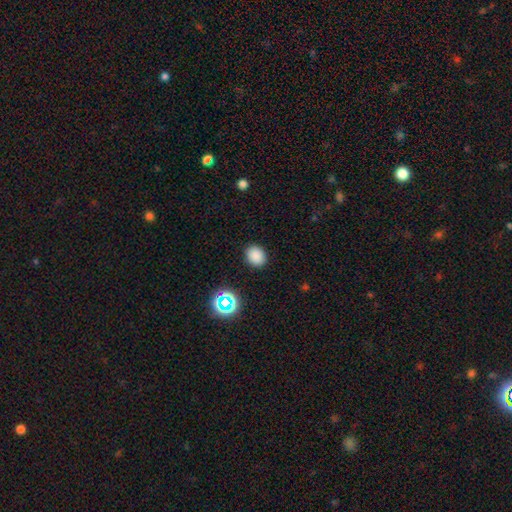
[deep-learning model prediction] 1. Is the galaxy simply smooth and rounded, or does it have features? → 83% smooth, 13% star or artifact, 4% featured or disk.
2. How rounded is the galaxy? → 52% round, 47% in between, 1% cigar-shaped.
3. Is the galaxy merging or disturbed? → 88% none, 8% minor disturbance, 2% major disturbance, 1% merger.